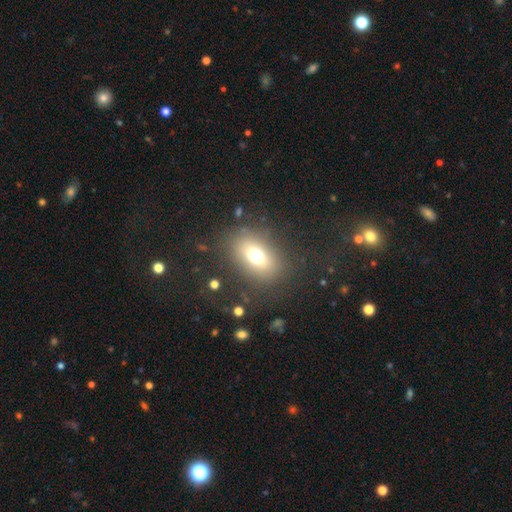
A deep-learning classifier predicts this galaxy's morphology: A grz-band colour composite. It shows a smooth galaxy with no disk features (68%) that is in between round and cigar-shaped (69%). Merging: none (80%).